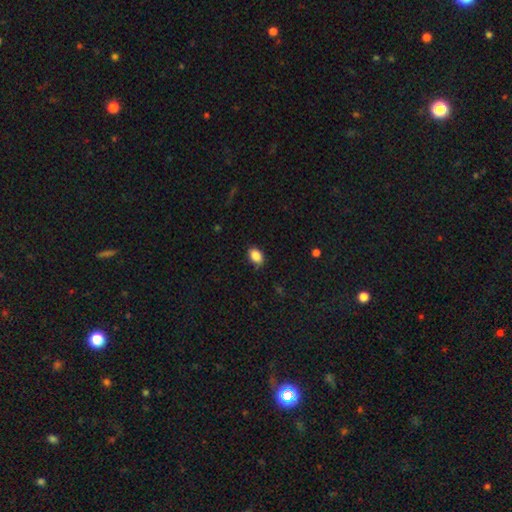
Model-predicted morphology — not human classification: Smooth or featured: smooth — 87% (star or artifact — 8%)
How rounded: in between — 82% (round — 17%)
Merging: none — 80% (minor disturbance — 16%)